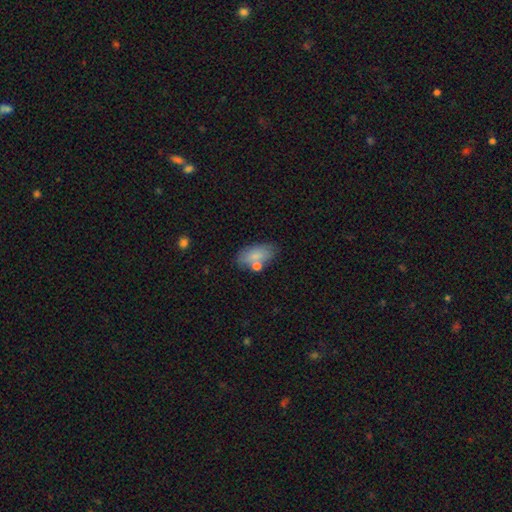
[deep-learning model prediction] Smooth or featured? Predicted: smooth (p=0.79). How rounded? Predicted: in between (p=0.92). Merging? Predicted: none (p=0.64).